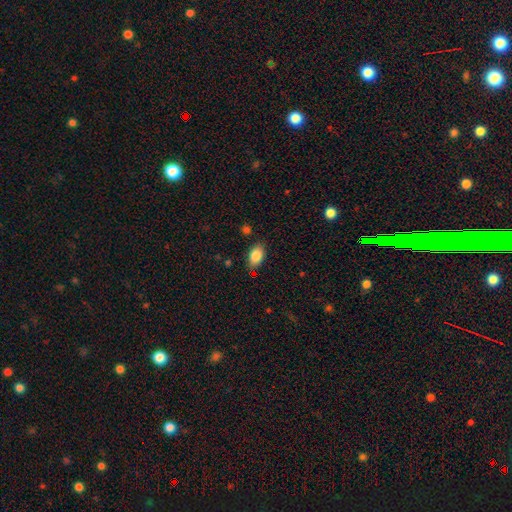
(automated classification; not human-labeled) Smooth or featured? smooth (86%)
How rounded? in between (87%)
Merging? none (82%)